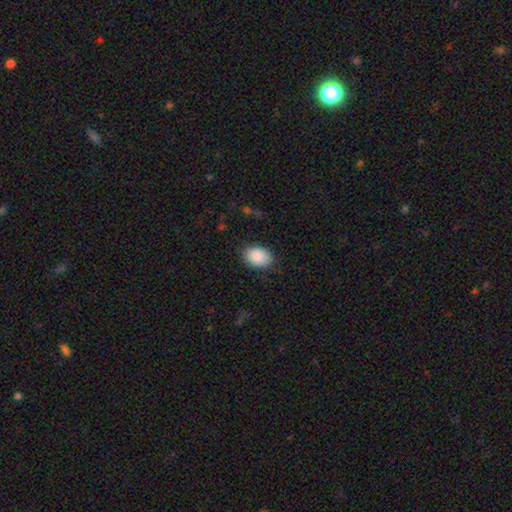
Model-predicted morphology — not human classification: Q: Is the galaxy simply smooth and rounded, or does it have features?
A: smooth — 90%.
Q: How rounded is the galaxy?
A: in between — 82%.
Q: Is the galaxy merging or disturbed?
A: none — 85%.